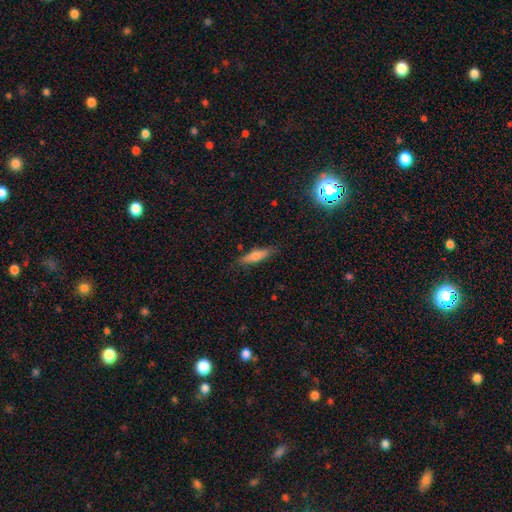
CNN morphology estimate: A smooth galaxy with no disk features (53%) that is cigar-shaped (69%).

Vote fractions:
- Smooth or featured? smooth: 53% / featured or disk: 38% / star or artifact: 9%
- How rounded? cigar-shaped: 69% / in between: 28% / round: 3%
- Merging? none: 83% / minor disturbance: 13% / major disturbance: 3% / merger: 2%